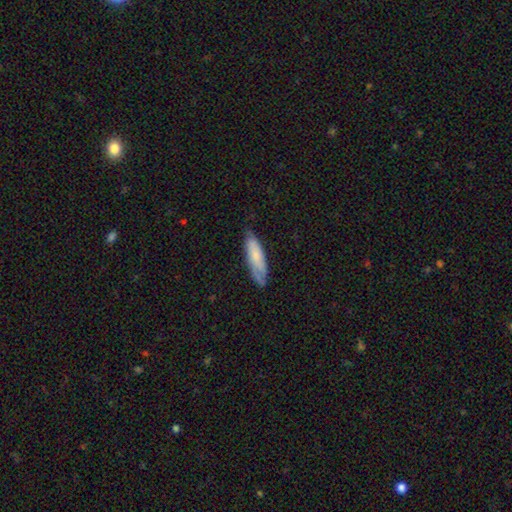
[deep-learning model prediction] Overall: smooth (64%; featured or disk 30%). How rounded: cigar-shaped (52%; in between 46%). Merging: none (67%).